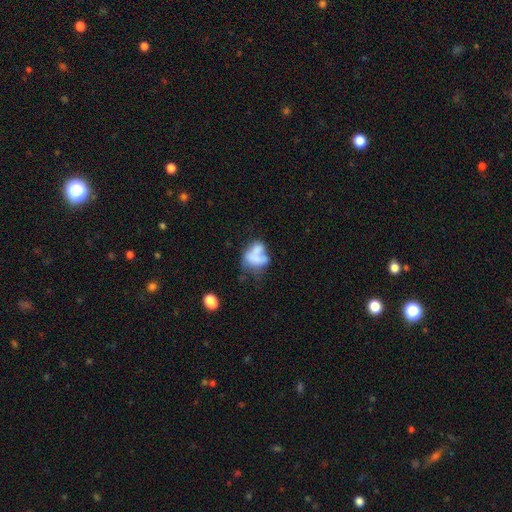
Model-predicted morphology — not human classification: The model was most divided on "merging": merger: 33%, major disturbance: 25%, none: 24%, minor disturbance: 18%. More confident: how rounded — in between (67%); smooth or featured — smooth (56%).